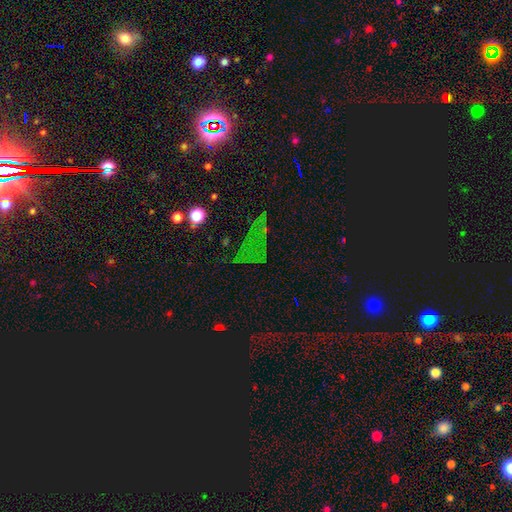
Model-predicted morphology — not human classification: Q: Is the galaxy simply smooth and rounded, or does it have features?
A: star or artifact — 71%.